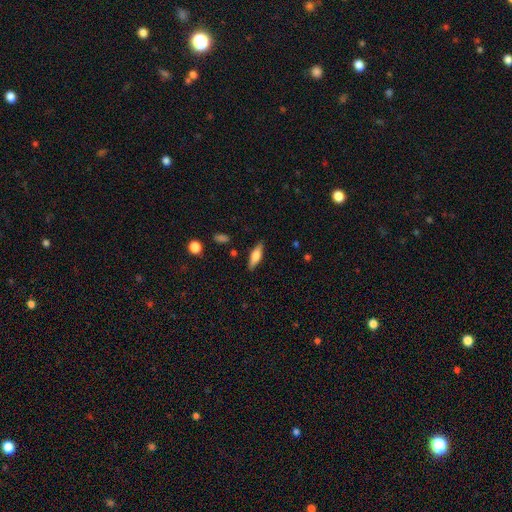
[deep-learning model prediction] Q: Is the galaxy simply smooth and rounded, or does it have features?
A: smooth — 59%.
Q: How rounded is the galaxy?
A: in between — 51%.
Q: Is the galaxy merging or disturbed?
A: none — 85%.